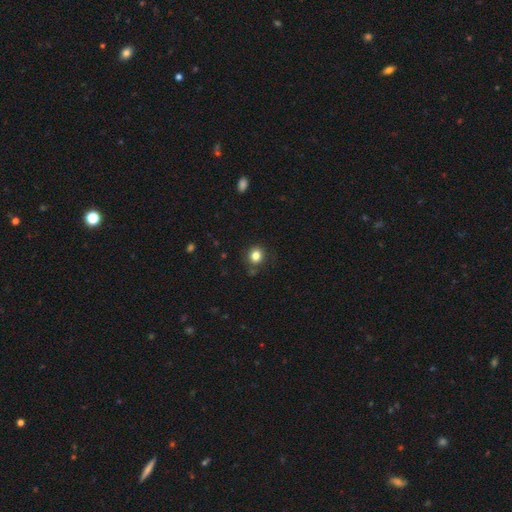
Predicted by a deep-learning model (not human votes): Overall: smooth (82%). How rounded: round (84%). Merging: none (83%).